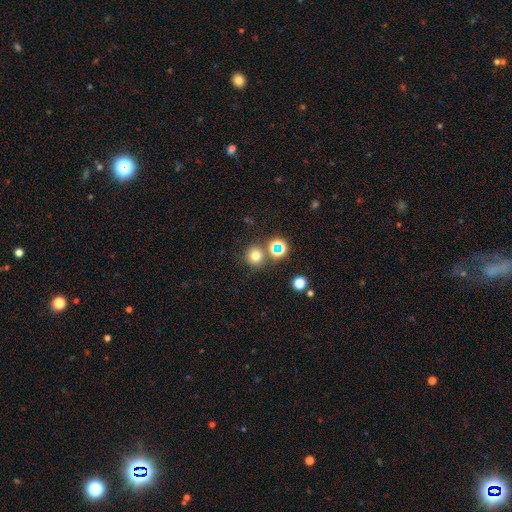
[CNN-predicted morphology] Smooth or featured?
  - smooth: 72% *
  - star or artifact: 20%
  - featured or disk: 8%
How rounded?
  - round: 91% *
  - in between: 8%
  - cigar-shaped: 1%
Merging?
  - none: 76% *
  - merger: 13%
  - minor disturbance: 8%
  - major disturbance: 3%